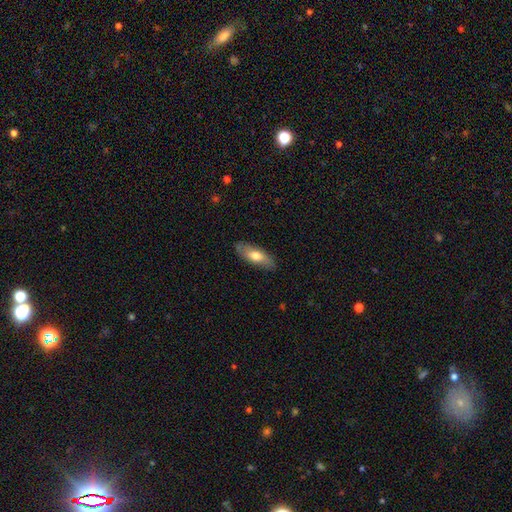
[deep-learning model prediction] Smooth or featured?
  - smooth: 65% *
  - featured or disk: 29%
  - star or artifact: 6%
How rounded?
  - in between: 70% *
  - cigar-shaped: 28%
  - round: 3%
Merging?
  - none: 83% *
  - minor disturbance: 13%
  - major disturbance: 2%
  - merger: 1%